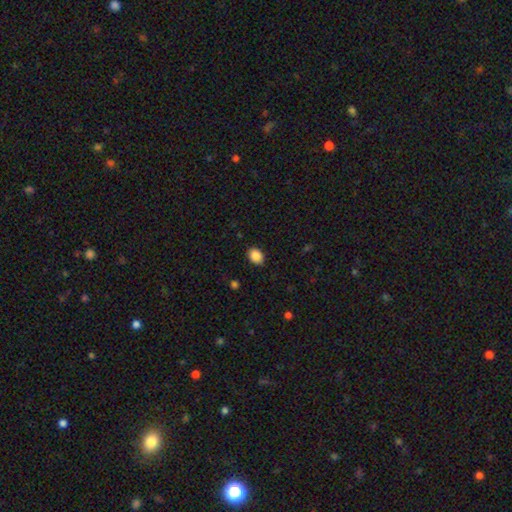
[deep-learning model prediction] This appears to be a smooth galaxy with no disk features (87%) that is in between round and cigar-shaped (62%). Merging: none (86%).